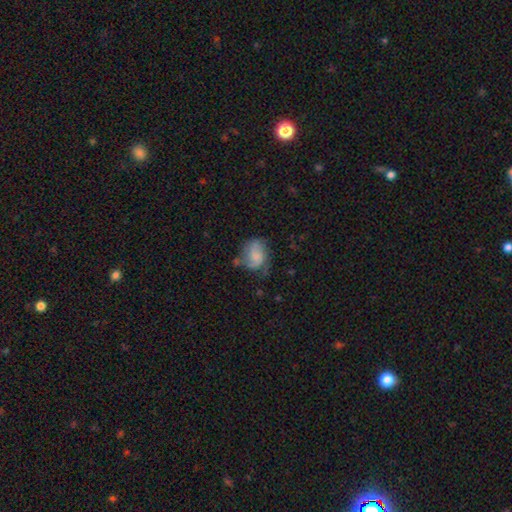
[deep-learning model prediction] Morphology: type=smooth (48%); merging=none (44%).